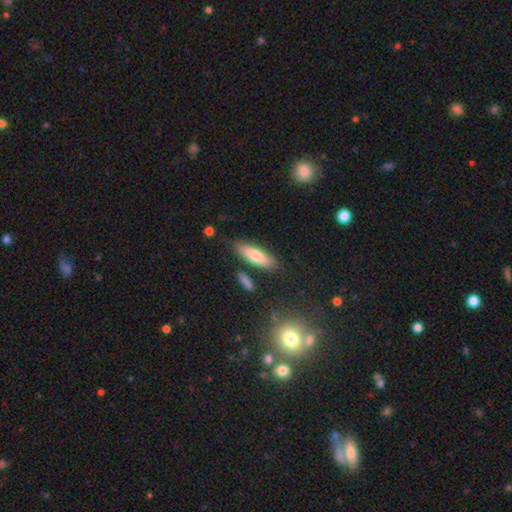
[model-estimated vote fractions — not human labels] Smooth or featured?
  - smooth: 75% *
  - featured or disk: 17%
  - star or artifact: 7%
How rounded?
  - in between: 53% *
  - cigar-shaped: 44%
  - round: 2%
Merging?
  - none: 82% *
  - minor disturbance: 11%
  - merger: 4%
  - major disturbance: 3%